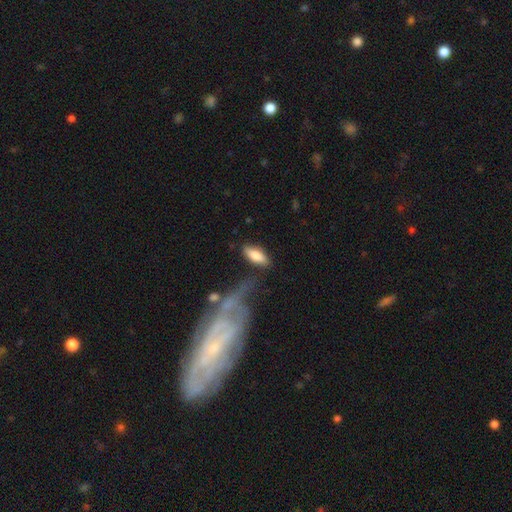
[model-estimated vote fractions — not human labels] Smooth or featured: smooth — 77% (featured or disk — 17%)
How rounded: in between — 74% (cigar-shaped — 23%)
Merging: none — 74% (minor disturbance — 14%)